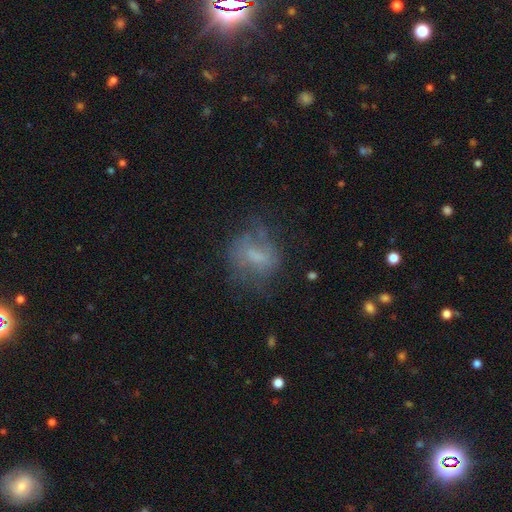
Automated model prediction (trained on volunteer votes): Smooth or featured?
  - smooth: 45% *
  - featured or disk: 42%
  - star or artifact: 13%
Merging?
  - none: 49% *
  - minor disturbance: 25%
  - major disturbance: 23%
  - merger: 3%